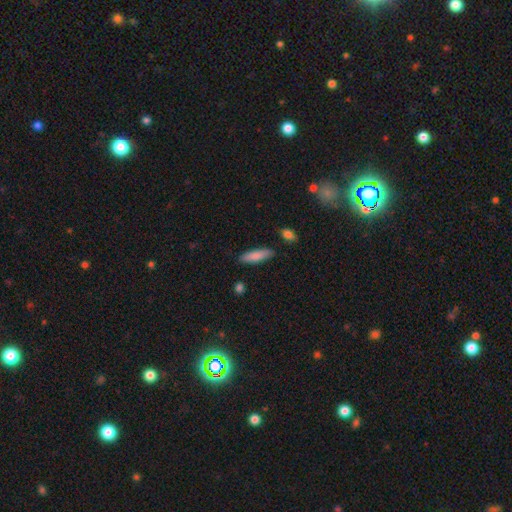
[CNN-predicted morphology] Q: Smooth or featured?
A: smooth (84%); runner-up: featured or disk (10%)
Q: How rounded?
A: cigar-shaped (61%); runner-up: in between (37%)
Q: Merging?
A: none (87%); runner-up: minor disturbance (9%)